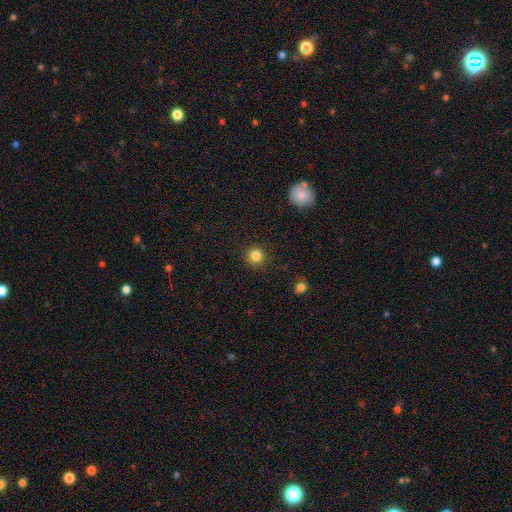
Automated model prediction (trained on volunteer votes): The model was most divided on "smooth or featured": smooth: 84%, star or artifact: 12%, featured or disk: 4%. More confident: how rounded — round (94%); merging — none (91%).